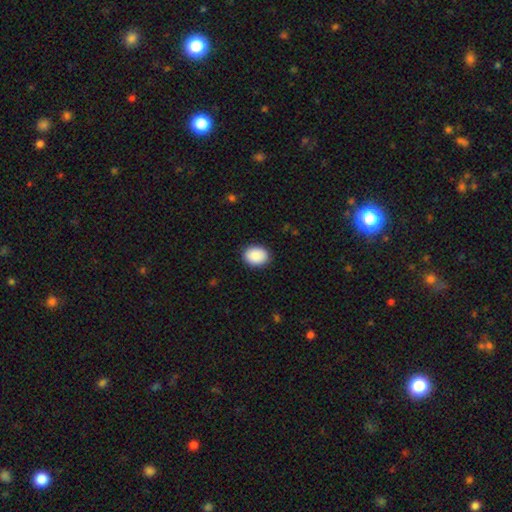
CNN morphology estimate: type=smooth (90%); roundness=in between (58%); merging=none (89%).